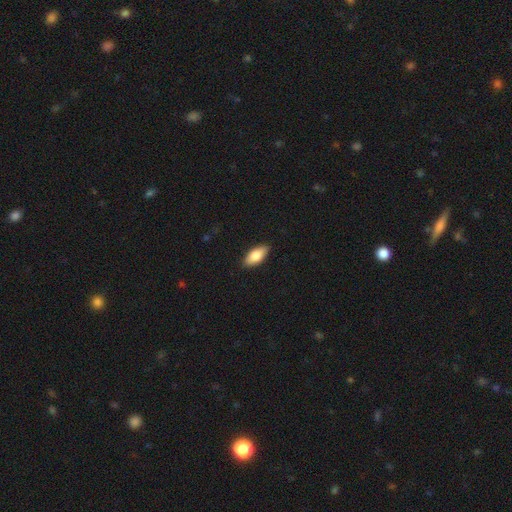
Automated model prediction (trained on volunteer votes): This is clearly a smooth galaxy (81%). How rounded: clearly in between (87%). Merging: clearly none (88%).